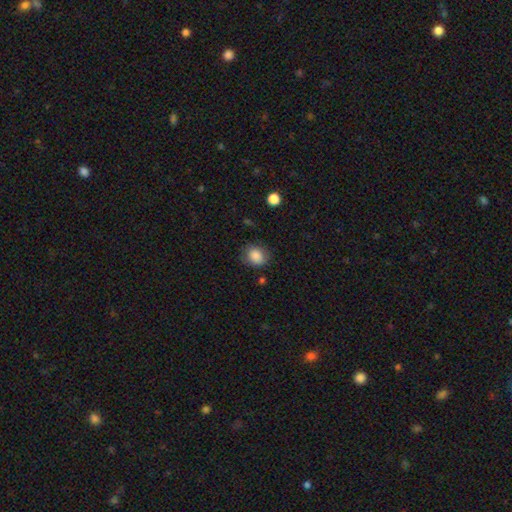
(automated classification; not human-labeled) smooth 85%, star or artifact 9%, featured or disk 6%. Down the decision tree: how rounded — round (64%); merging — none (74%).